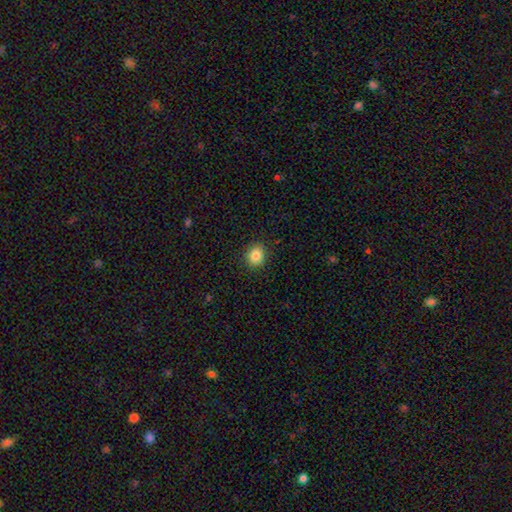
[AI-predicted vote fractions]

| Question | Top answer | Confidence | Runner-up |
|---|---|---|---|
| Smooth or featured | smooth | 85% | star or artifact (10%) |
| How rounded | round | 77% | in between (22%) |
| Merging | none | 89% | minor disturbance (7%) |